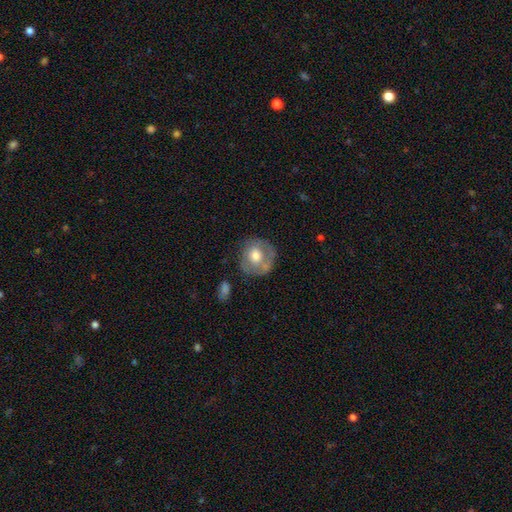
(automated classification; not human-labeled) Smooth or featured?
  - smooth: 54% *
  - featured or disk: 39%
  - star or artifact: 7%
How rounded?
  - round: 86% *
  - in between: 13%
  - cigar-shaped: 1%
Merging?
  - none: 63% *
  - minor disturbance: 22%
  - major disturbance: 10%
  - merger: 4%